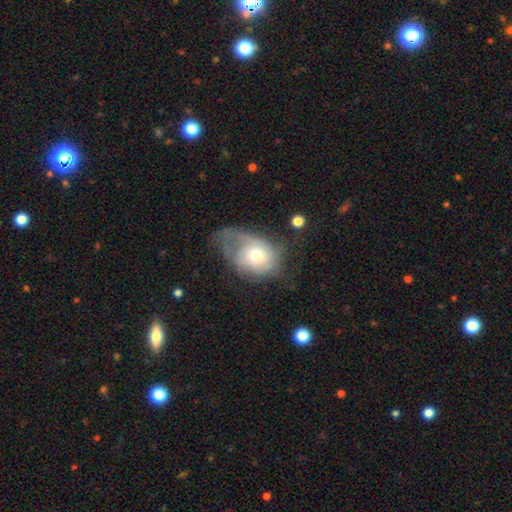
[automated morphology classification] This appears to be a smooth galaxy with no disk features (58%) that is in between round and cigar-shaped (51%). Merging: major disturbance (45%).